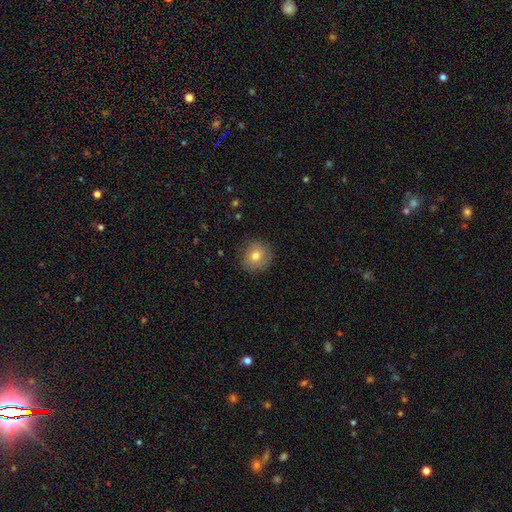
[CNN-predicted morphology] The model was most divided on "smooth or featured": smooth: 77%, featured or disk: 14%, star or artifact: 9%. More confident: how rounded — round (84%); merging — none (84%).